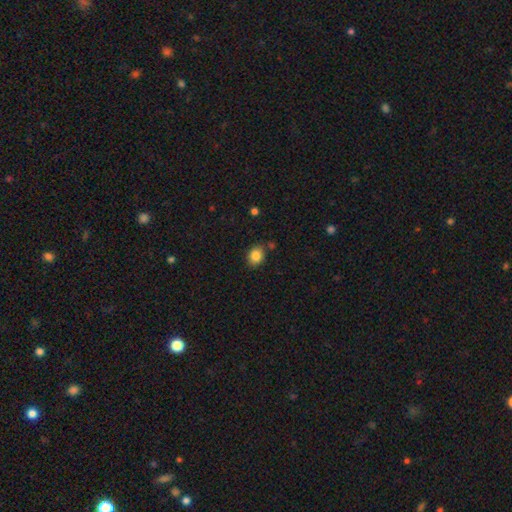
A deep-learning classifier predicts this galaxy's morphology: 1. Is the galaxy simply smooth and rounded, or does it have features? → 84% smooth, 10% star or artifact, 6% featured or disk.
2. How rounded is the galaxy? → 52% round, 48% in between, 1% cigar-shaped.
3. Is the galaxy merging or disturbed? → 80% none, 13% minor disturbance, 5% merger, 3% major disturbance.